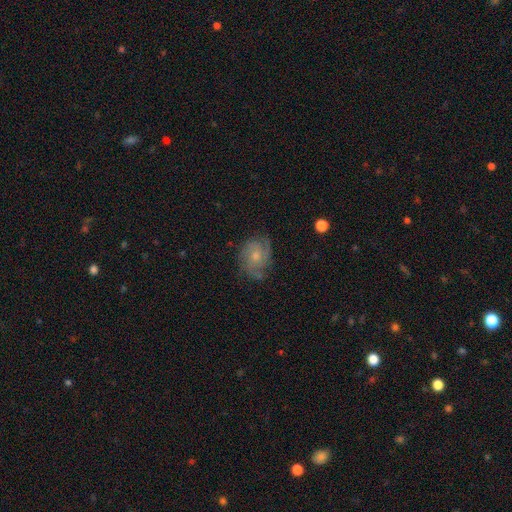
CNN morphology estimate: This is likely a featured or disk galaxy (72%). It is clearly not viewed edge-on (97%). Bar: likely no (75%). Spiral arm pattern: clearly yes (92%). Spiral arm count: marginally 3 (34%). Spiral winding: possibly tight (48%). Central bulge: possibly moderate (48%). Merging: likely none (72%).